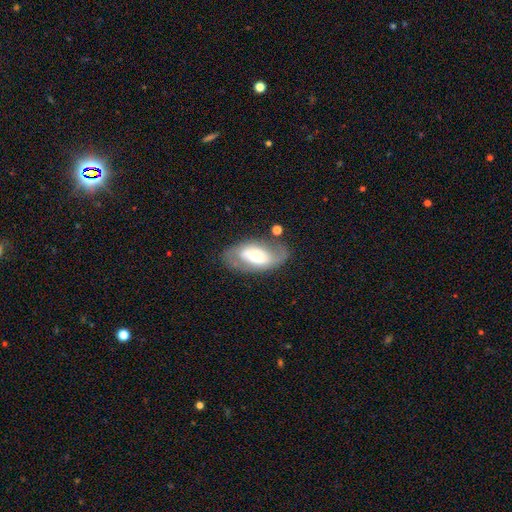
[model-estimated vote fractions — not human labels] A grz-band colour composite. It shows a featured or disk galaxy (59%) with no bar (55%), spiral arms (61%) and a moderate central bulge (48%). Merging: none (66%).